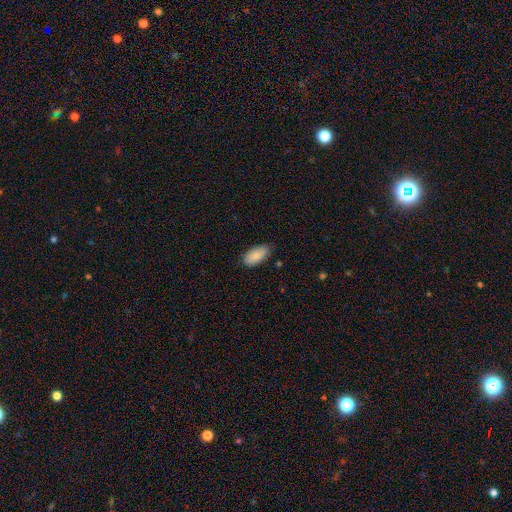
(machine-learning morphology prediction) A smooth galaxy with no disk features (86%) that is in between round and cigar-shaped (93%).

Vote fractions:
- Smooth or featured? smooth: 86% / featured or disk: 7% / star or artifact: 6%
- How rounded? in between: 93% / cigar-shaped: 5% / round: 2%
- Merging? none: 80% / minor disturbance: 16% / major disturbance: 2% / merger: 1%